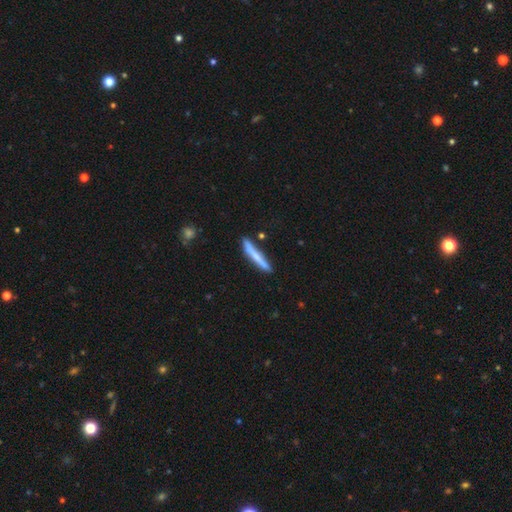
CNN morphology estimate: A smooth galaxy with no disk features (64%) that is cigar-shaped (95%). Merging: none (82%).